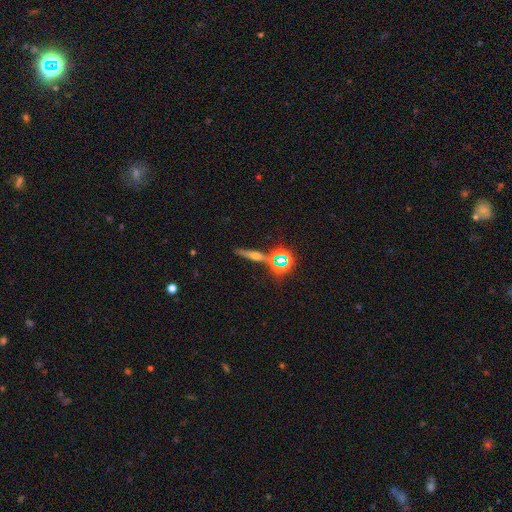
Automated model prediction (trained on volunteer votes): A featured or disk galaxy (52%) viewed edge-on (92%).

Vote fractions:
- Smooth or featured? featured or disk: 52% / smooth: 25% / star or artifact: 23%
- Edge-on disk? yes: 92% / no: 8%
- Merging? none: 81% / minor disturbance: 8% / merger: 8% / major disturbance: 3%